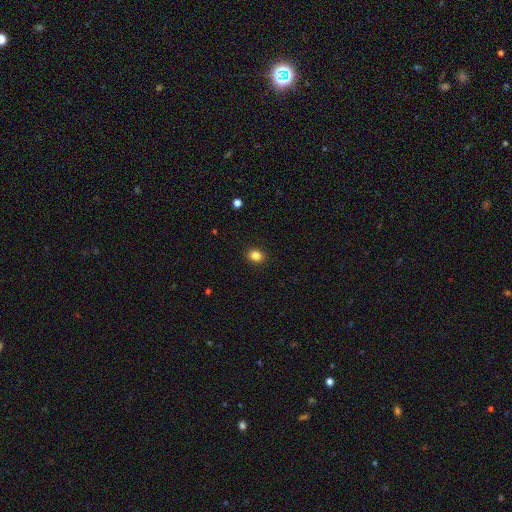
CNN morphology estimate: This appears to be a smooth galaxy with no disk features (84%) that is in between round and cigar-shaped (57%). Merging: none (90%).